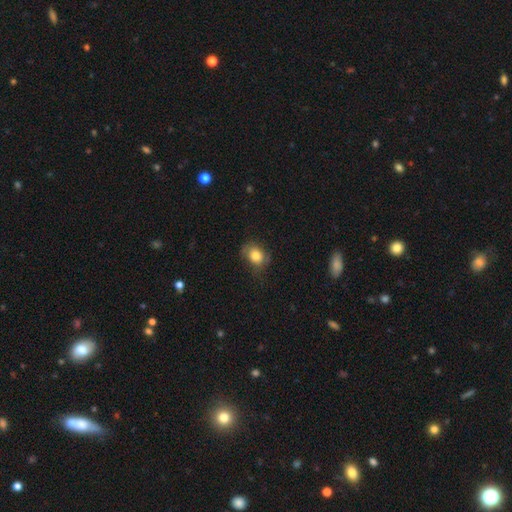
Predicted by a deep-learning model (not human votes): The model was most divided on "how rounded": in between: 52%, round: 47%, cigar-shaped: 1%. More confident: smooth or featured — smooth (79%); merging — none (62%).